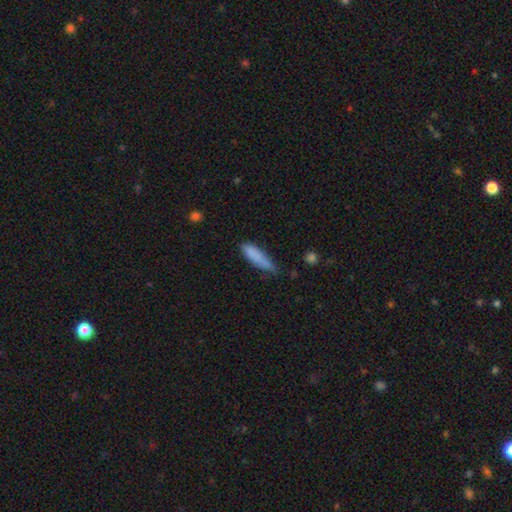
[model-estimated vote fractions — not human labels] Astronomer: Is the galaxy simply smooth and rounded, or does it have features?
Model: smooth — 83%.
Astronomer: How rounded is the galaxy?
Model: cigar-shaped — 64%.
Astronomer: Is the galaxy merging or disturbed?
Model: none — 48% (runner-up: minor disturbance, 39%).